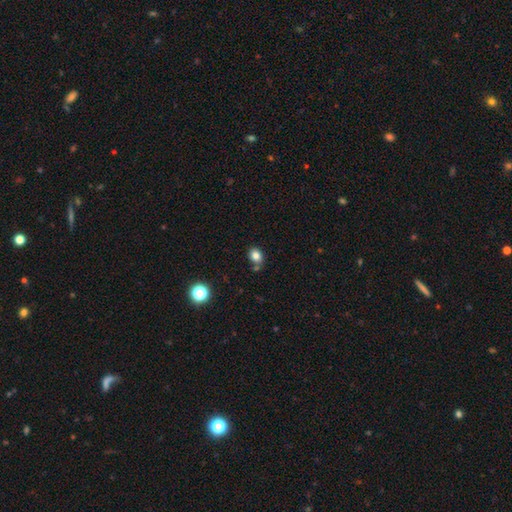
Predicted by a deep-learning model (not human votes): This appears to be a smooth galaxy with no disk features (81%) that is round (50%). Merging: none (73%).